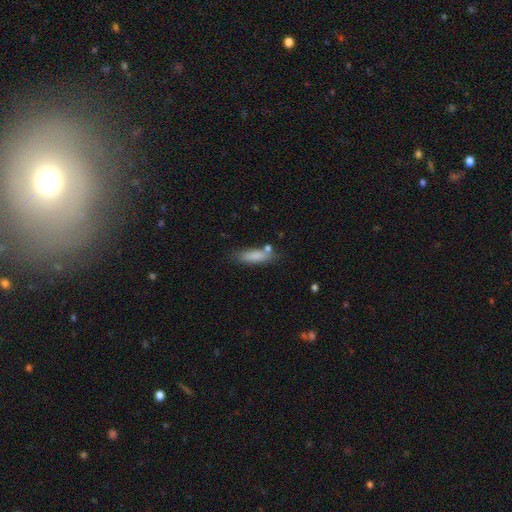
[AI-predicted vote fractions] Overall: smooth (82%). How rounded: in between (53%; cigar-shaped 44%). Merging: none (63%).